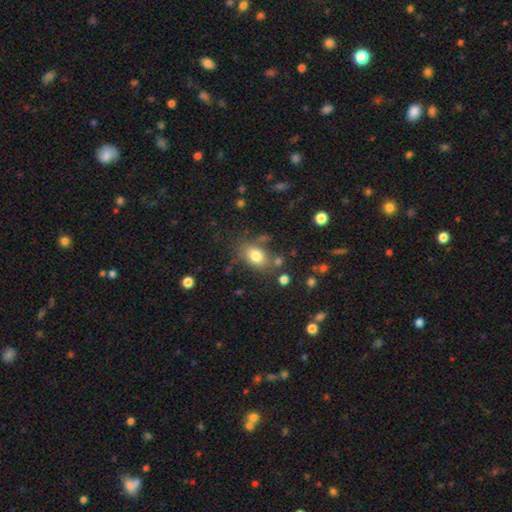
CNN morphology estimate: smooth-or-featured: smooth: 79% | star or artifact: 11% | featured or disk: 10%
  how-rounded: in between: 74% | round: 24% | cigar-shaped: 2%
  merging: none: 69% | minor disturbance: 17% | merger: 8% | major disturbance: 7%